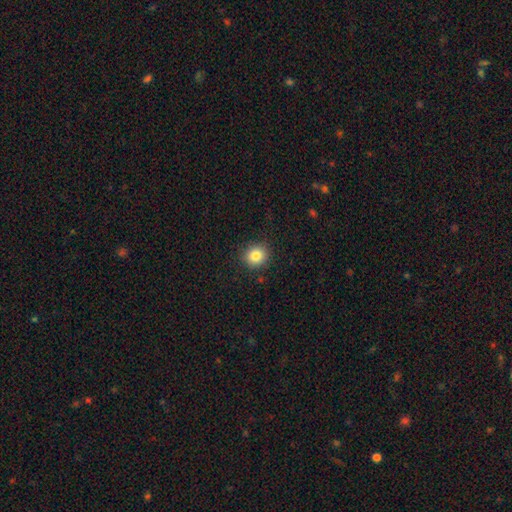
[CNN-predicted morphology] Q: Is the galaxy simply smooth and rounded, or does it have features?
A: smooth — 84%.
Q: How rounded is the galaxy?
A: round — 85%.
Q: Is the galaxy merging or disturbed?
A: none — 90%.